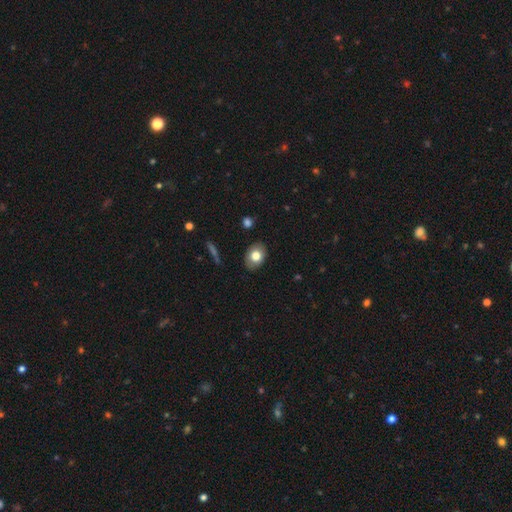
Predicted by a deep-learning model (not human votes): A smooth galaxy with no disk features (76%) that is in between round and cigar-shaped (74%). Merging: none (86%).